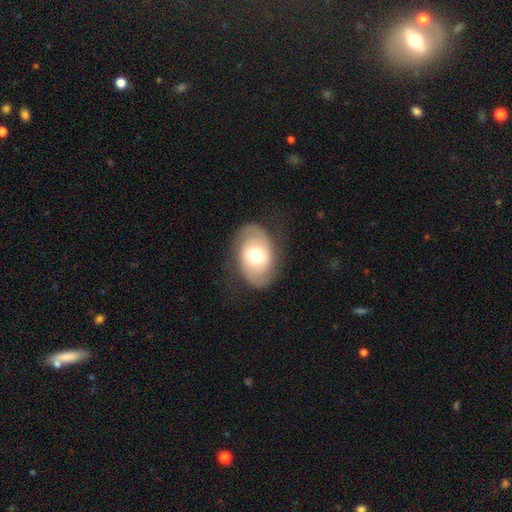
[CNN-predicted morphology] A featured or disk galaxy (54%) with no bar (78%), spiral arms (72%) and a moderate central bulge (68%). Merging: none (74%).